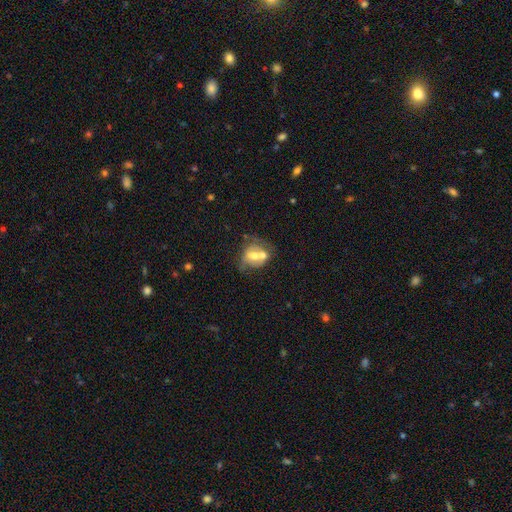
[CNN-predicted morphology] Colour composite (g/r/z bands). It shows a featured or disk galaxy (47%). Merging: merger (56%).